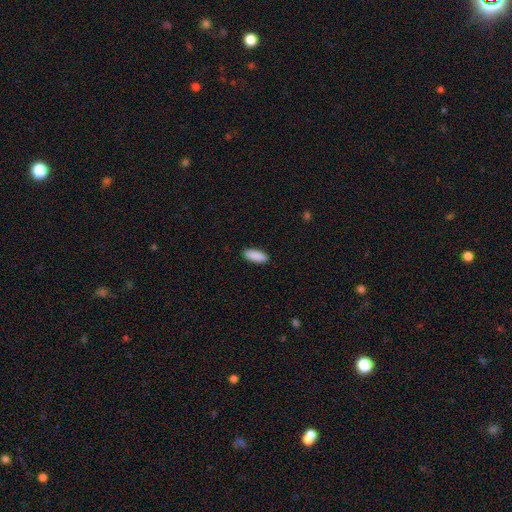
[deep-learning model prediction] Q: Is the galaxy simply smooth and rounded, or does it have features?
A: smooth — 91%.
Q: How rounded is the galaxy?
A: in between — 75%.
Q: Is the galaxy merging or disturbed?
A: none — 90%.